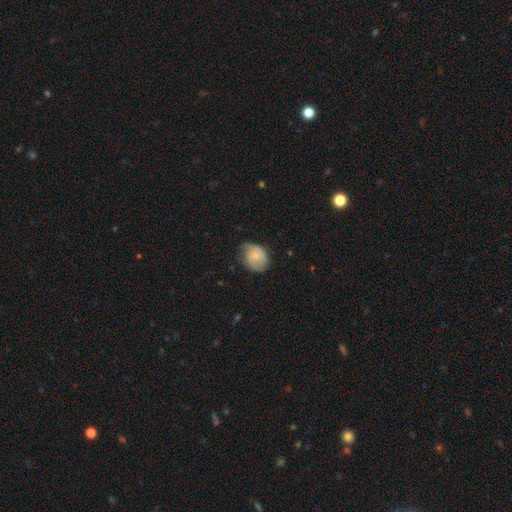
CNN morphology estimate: type=smooth (60%); roundness=in between (51%); merging=none (52%).